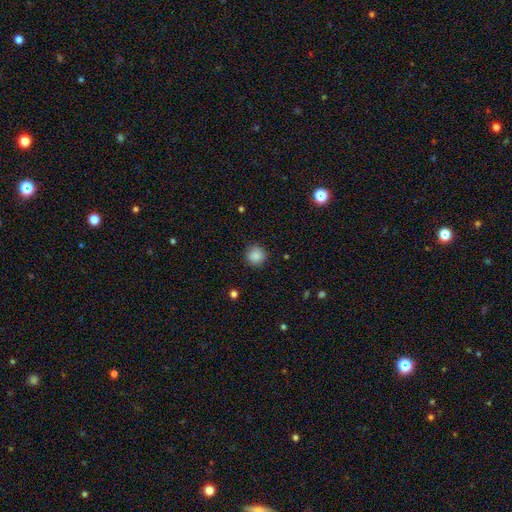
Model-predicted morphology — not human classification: Smooth or featured? Predicted: smooth (p=0.87). How rounded? Predicted: round (p=0.93). Merging? Predicted: none (p=0.89).